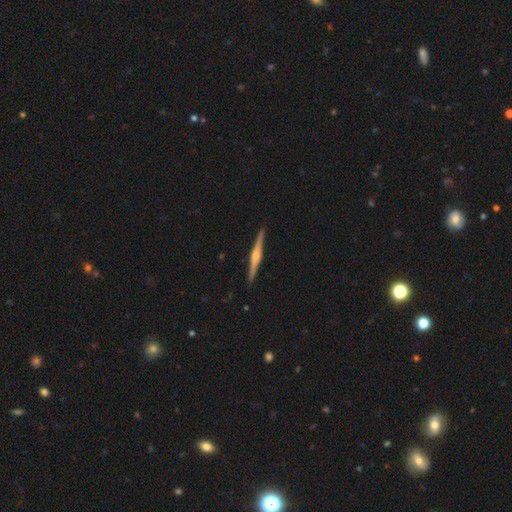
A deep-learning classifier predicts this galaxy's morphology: Overall: featured or disk (79%). Edge-on disk: yes (99%). Edge-on bulge: rounded (73%). Merging: none (92%).